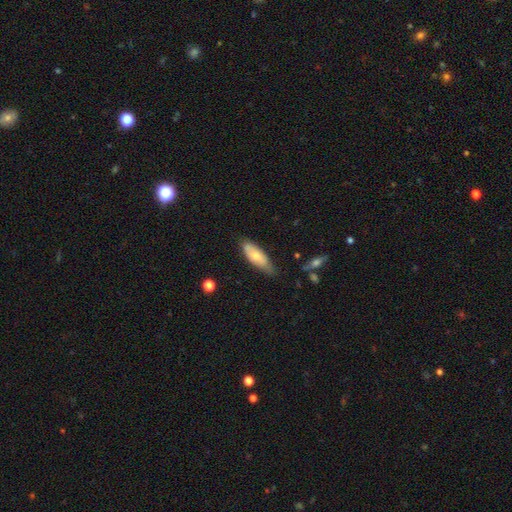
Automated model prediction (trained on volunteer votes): This appears to be a smooth galaxy with no disk features (66%) that is in between round and cigar-shaped (70%). Merging: none (62%).